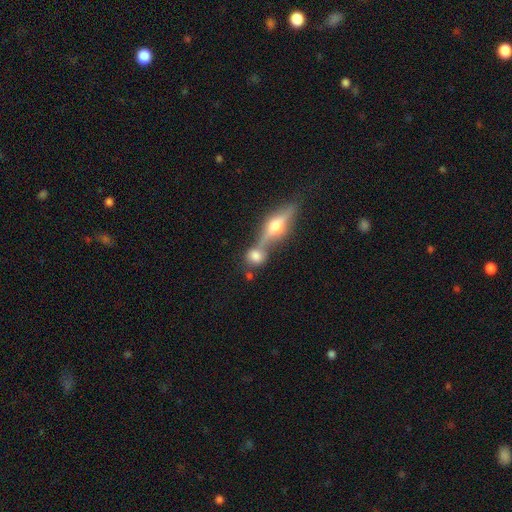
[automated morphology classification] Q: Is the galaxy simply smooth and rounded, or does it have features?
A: smooth — 63%.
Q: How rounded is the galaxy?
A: round — 65%.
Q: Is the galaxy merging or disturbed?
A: none — 44%.